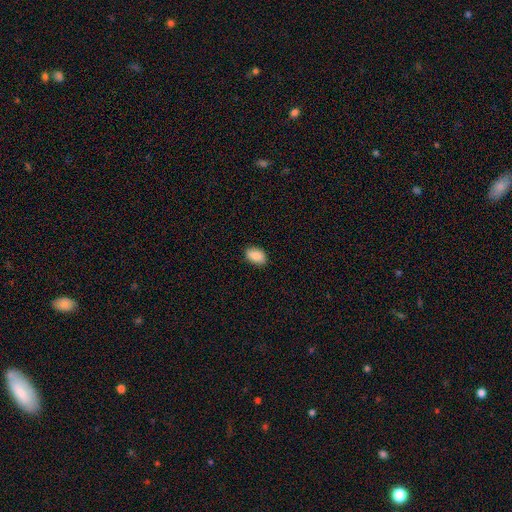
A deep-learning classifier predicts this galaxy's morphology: This appears to be a smooth galaxy with no disk features (88%) that is in between round and cigar-shaped (90%). Merging: none (86%).